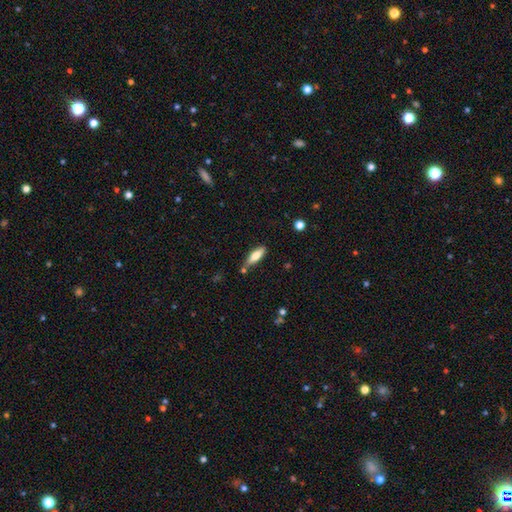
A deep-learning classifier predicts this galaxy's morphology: Overall: smooth (64%; featured or disk 29%). How rounded: cigar-shaped (53%; in between 45%). Merging: none (72%).